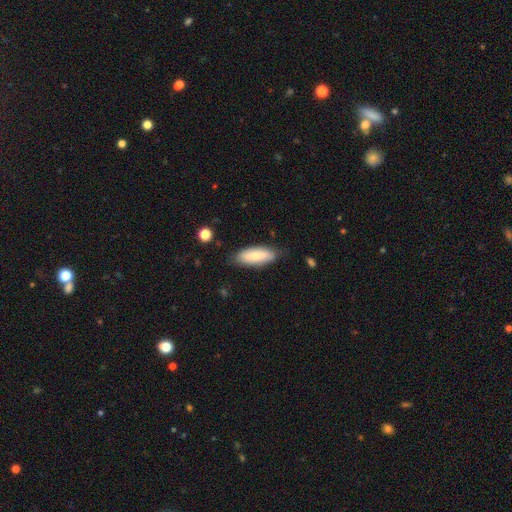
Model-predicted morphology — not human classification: Overall: smooth (73%). How rounded: in between (71%). Merging: none (78%).